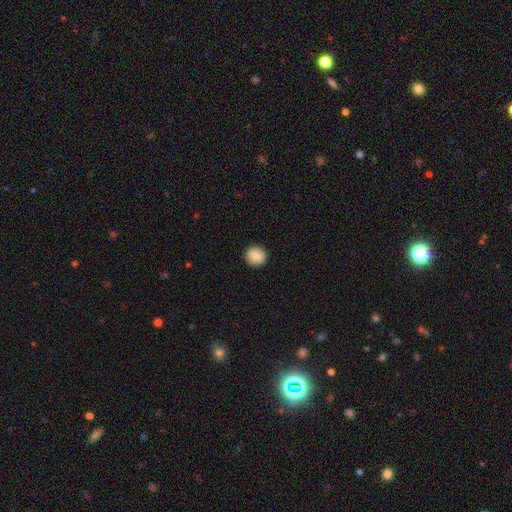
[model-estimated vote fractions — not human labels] This is clearly a smooth galaxy (83%). How rounded: clearly round (93%). Merging: clearly none (92%).